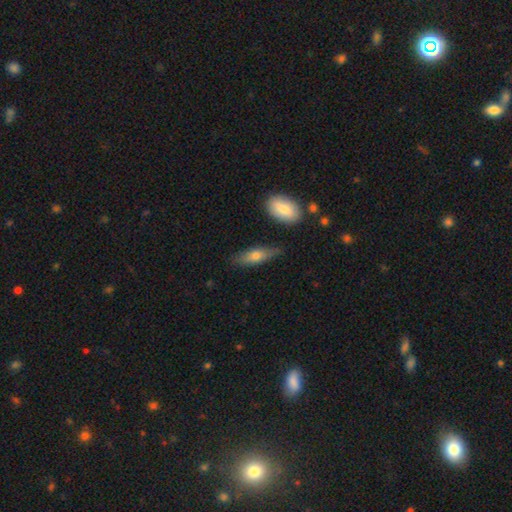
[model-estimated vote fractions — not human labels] Q: Smooth or featured?
A: smooth (67%); runner-up: featured or disk (26%)
Q: How rounded?
A: in between (51%); runner-up: cigar-shaped (46%)
Q: Merging?
A: none (72%); runner-up: minor disturbance (19%)